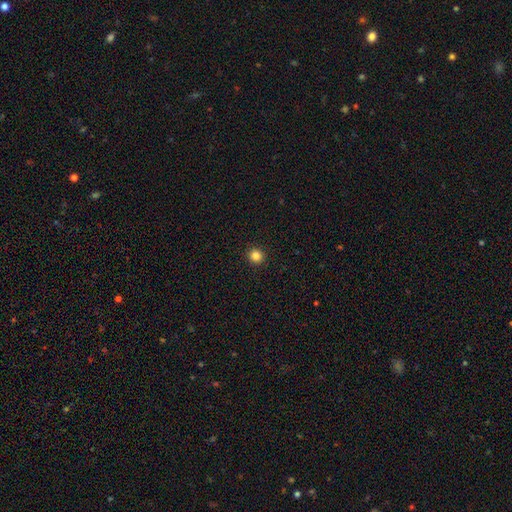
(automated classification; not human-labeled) Overall: smooth (84%). How rounded: round (95%). Merging: none (94%).